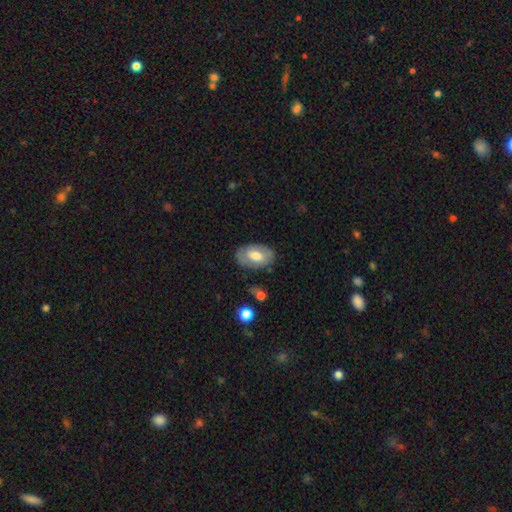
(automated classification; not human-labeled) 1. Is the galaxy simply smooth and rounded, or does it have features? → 56% smooth, 38% featured or disk, 6% star or artifact.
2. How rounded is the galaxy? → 91% in between, 8% round, 1% cigar-shaped.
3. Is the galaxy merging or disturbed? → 77% none, 16% minor disturbance, 5% major disturbance, 2% merger.